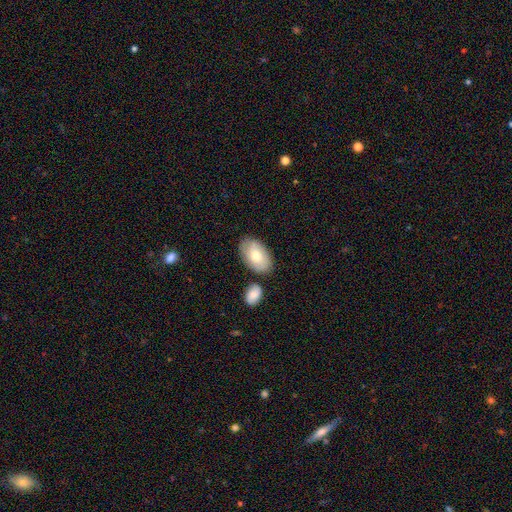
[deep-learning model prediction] Smooth or featured? smooth (73%)
How rounded? in between (93%)
Merging? none (73%)